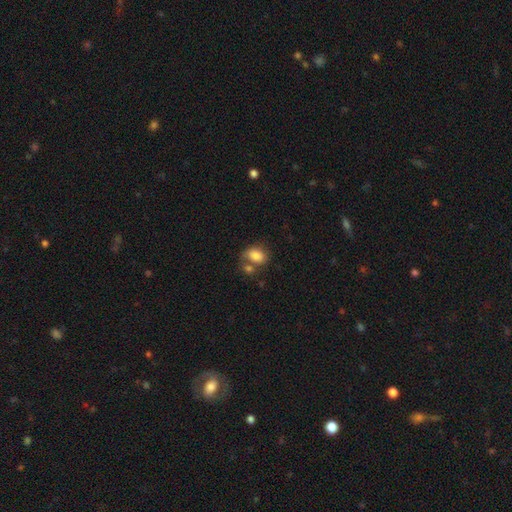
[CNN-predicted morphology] Q: Smooth or featured?
A: smooth (81%); runner-up: featured or disk (11%)
Q: How rounded?
A: in between (71%); runner-up: round (28%)
Q: Merging?
A: none (40%); runner-up: merger (35%)